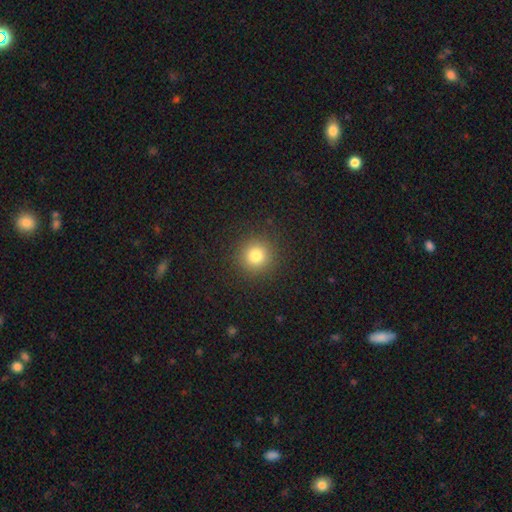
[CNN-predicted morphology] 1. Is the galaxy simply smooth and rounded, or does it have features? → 79% smooth, 14% star or artifact, 7% featured or disk.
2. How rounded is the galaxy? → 94% round, 5% in between, 1% cigar-shaped.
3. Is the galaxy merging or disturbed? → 91% none, 6% minor disturbance, 3% major disturbance, 1% merger.